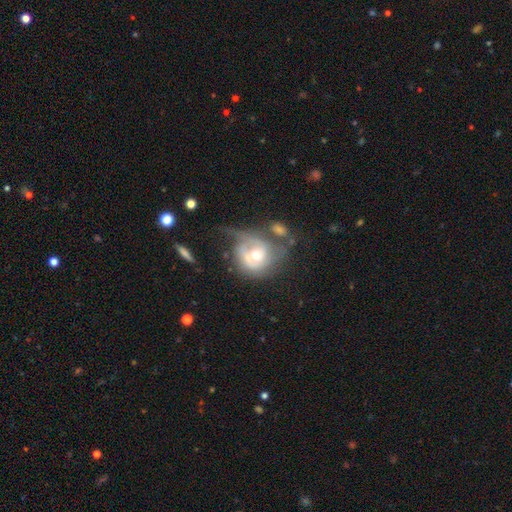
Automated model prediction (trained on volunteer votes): Smooth or featured?
  - featured or disk: 57% *
  - smooth: 36%
  - star or artifact: 8%
Edge-on disk?
  - no: 96% *
  - yes: 4%
Bar?
  - no: 78% *
  - weak: 17%
  - strong: 4%
Spiral arms?
  - yes: 51% *
  - no: 49%
Bulge size?
  - moderate: 64% *
  - small: 26%
  - large: 7%
  - dominant: 1%
  - none: 1%
Merging?
  - major disturbance: 37% *
  - merger: 23%
  - none: 22%
  - minor disturbance: 18%